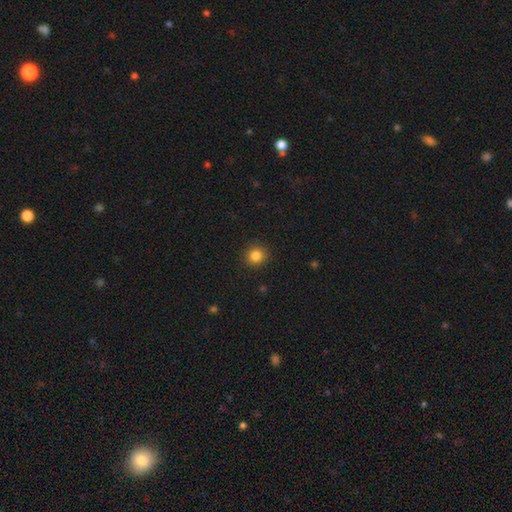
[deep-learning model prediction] Smooth or featured?
  - smooth: 84% *
  - star or artifact: 11%
  - featured or disk: 5%
How rounded?
  - round: 91% *
  - in between: 8%
  - cigar-shaped: 1%
Merging?
  - none: 91% *
  - minor disturbance: 6%
  - major disturbance: 2%
  - merger: 1%